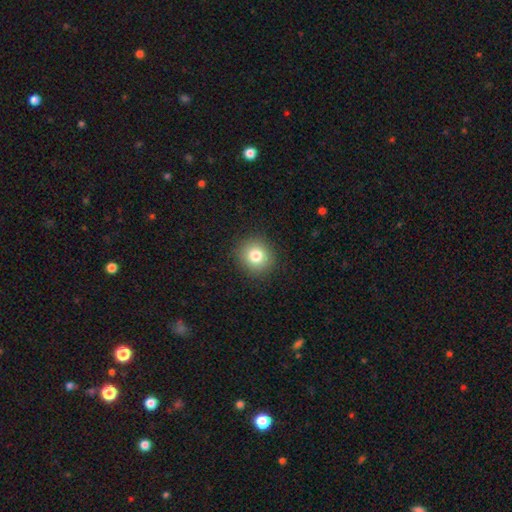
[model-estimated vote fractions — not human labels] This is clearly a smooth galaxy (81%). How rounded: clearly round (89%). Merging: clearly none (91%).